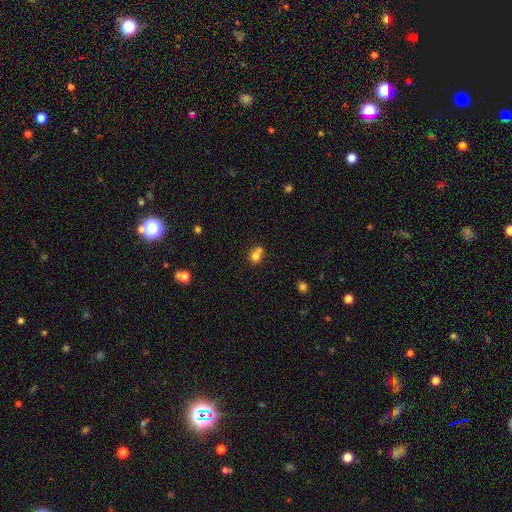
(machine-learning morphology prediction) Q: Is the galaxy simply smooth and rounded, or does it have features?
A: smooth — 76%.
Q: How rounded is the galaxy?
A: round — 78%.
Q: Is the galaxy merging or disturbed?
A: merger — 48%.